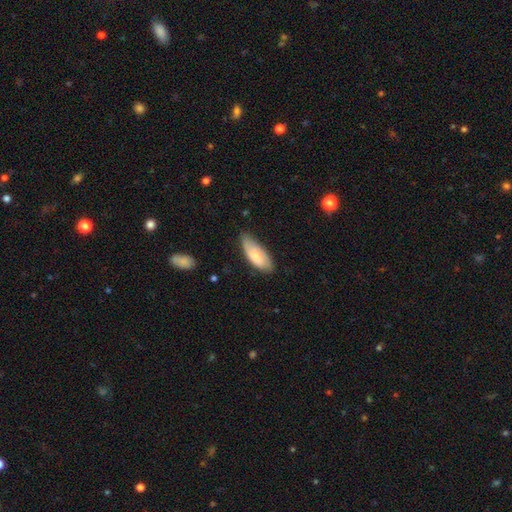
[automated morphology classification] This is likely a smooth galaxy (75%). How rounded: likely in between (78%). Merging: likely none (64%).